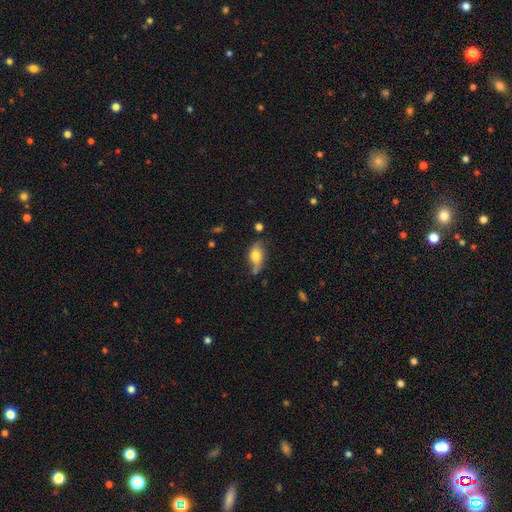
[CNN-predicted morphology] smooth-or-featured: smooth: 62% | featured or disk: 29% | star or artifact: 9%
  how-rounded: in between: 85% | cigar-shaped: 8% | round: 7%
  merging: none: 46% | minor disturbance: 33% | major disturbance: 13% | merger: 8%